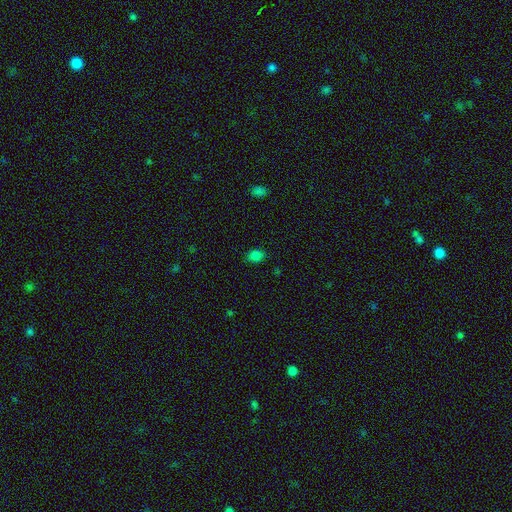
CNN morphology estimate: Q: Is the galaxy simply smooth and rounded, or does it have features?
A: smooth — 81%.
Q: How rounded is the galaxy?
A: in between — 53%.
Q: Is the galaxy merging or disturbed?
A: none — 82%.